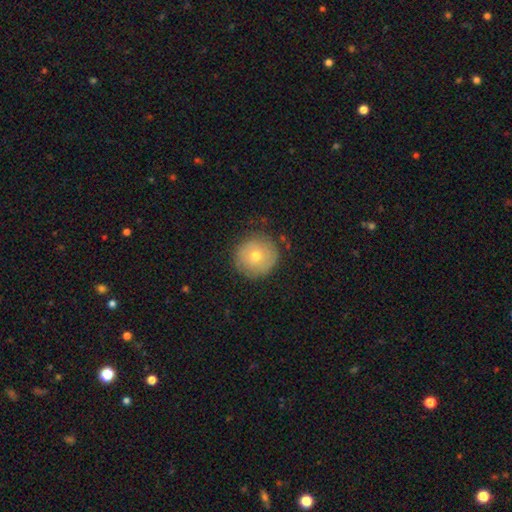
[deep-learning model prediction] Smooth or featured?
  - smooth: 59% *
  - featured or disk: 32%
  - star or artifact: 9%
How rounded?
  - round: 93% *
  - in between: 6%
  - cigar-shaped: 1%
Merging?
  - none: 81% *
  - minor disturbance: 14%
  - major disturbance: 4%
  - merger: 1%